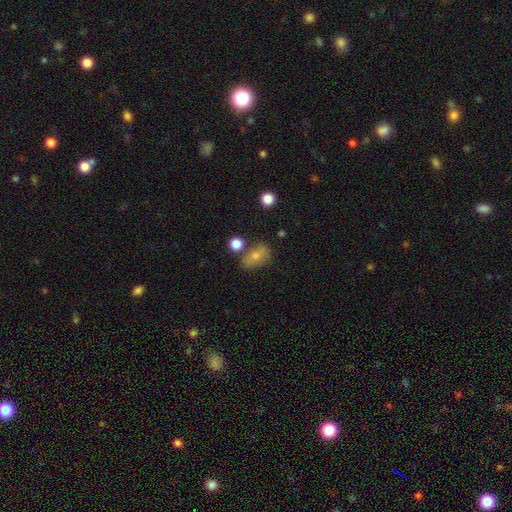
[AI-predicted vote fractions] Smooth or featured? smooth (73%)
How rounded? in between (80%)
Merging? none (61%)